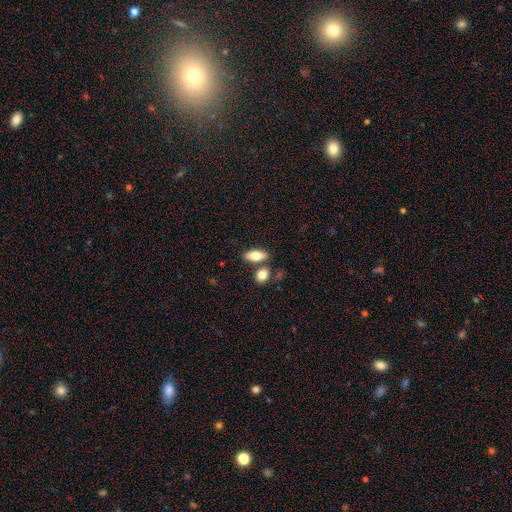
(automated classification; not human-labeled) Smooth or featured? Predicted: smooth (p=0.75). How rounded? Predicted: in between (p=0.79). Merging? Predicted: none (p=0.70).